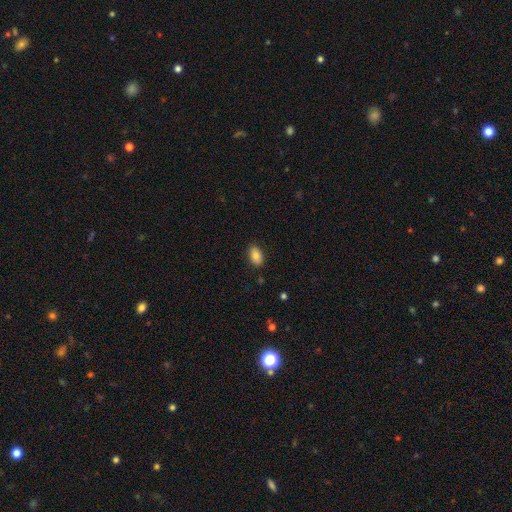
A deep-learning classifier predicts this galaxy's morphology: Overall: smooth (84%). How rounded: in between (92%). Merging: none (86%).